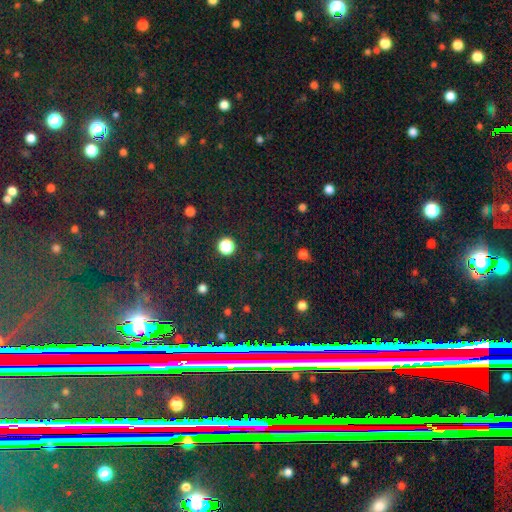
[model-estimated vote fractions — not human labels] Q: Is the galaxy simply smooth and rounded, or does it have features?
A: star or artifact — 80%.